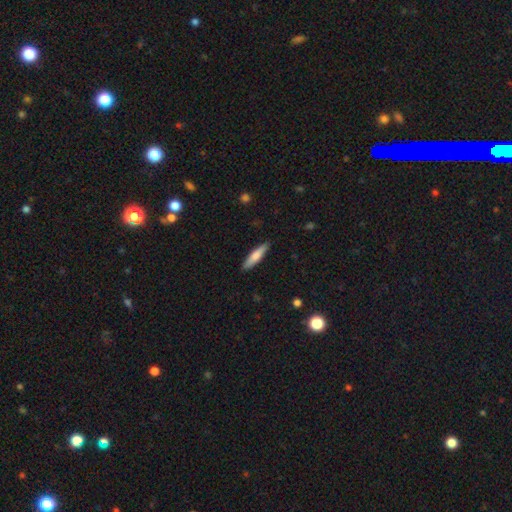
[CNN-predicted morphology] This appears to be a smooth galaxy with no disk features (70%) that is cigar-shaped (81%). Merging: none (89%).